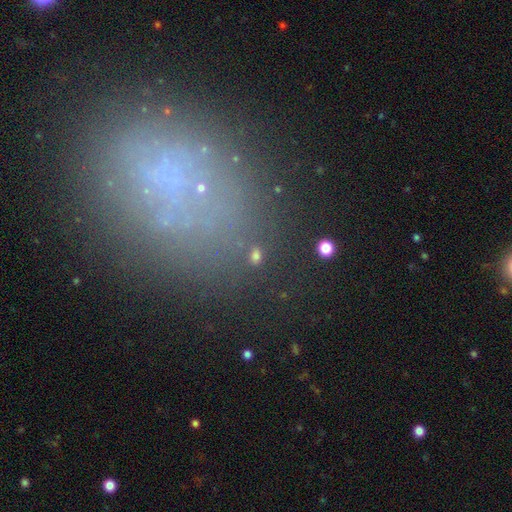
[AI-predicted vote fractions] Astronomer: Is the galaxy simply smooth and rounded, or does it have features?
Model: smooth — 67%.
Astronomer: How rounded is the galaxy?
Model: in between — 70%.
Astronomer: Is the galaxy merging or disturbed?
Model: none — 78%.